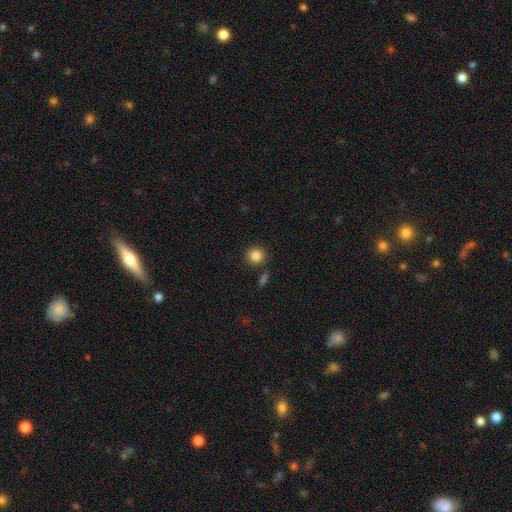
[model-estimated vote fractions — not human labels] smooth 85%, star or artifact 10%, featured or disk 4%. Down the decision tree: how rounded — round (90%); merging — none (84%).